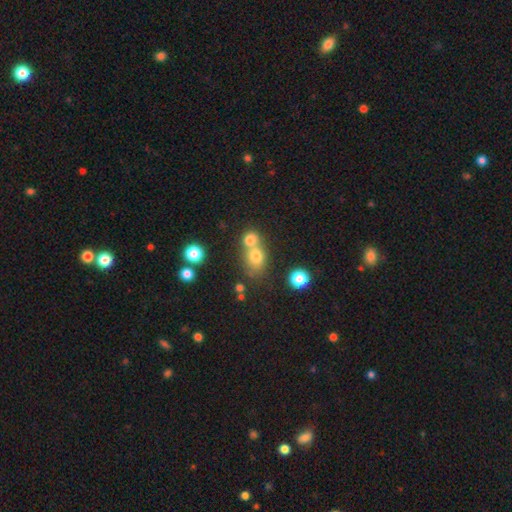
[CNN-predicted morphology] Smooth or featured? Predicted: smooth (p=0.73). How rounded? Predicted: round (p=0.62). Merging? Predicted: merger (p=0.55).